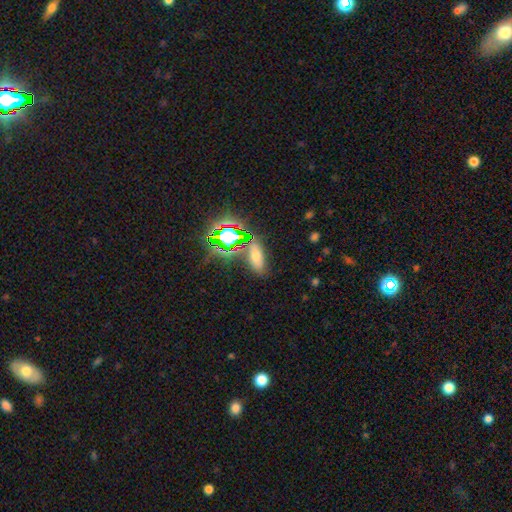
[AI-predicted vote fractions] Smooth or featured? smooth (53%)
How rounded? in between (73%)
Merging? none (75%)